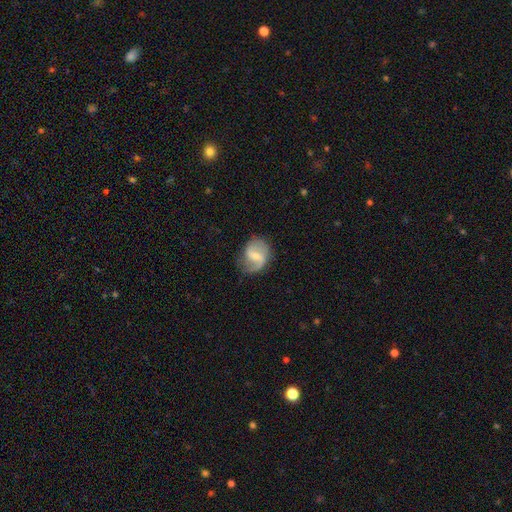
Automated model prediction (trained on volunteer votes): A featured or disk galaxy (73%) with a weak bar (55%), 2 (77%) loose (51%) spiral arms (90%) and a small central bulge (49%).

Vote fractions:
- Smooth or featured? featured or disk: 73% / smooth: 21% / star or artifact: 6%
- Edge-on disk? no: 98% / yes: 2%
- Bar? weak: 55% / strong: 28% / no: 17%
- Spiral arms? yes: 90% / no: 10%
- Spiral winding? loose: 51% / medium: 38% / tight: 11%
- Spiral arm count? 2: 77% / 1: 14% / can't tell: 6% / 3: 1% / 4: 1% / more than 4: 1%
- Bulge size? small: 49% / moderate: 34% / none: 13% / large: 3% / dominant: 1%
- Merging? none: 67% / minor disturbance: 22% / major disturbance: 10% / merger: 2%